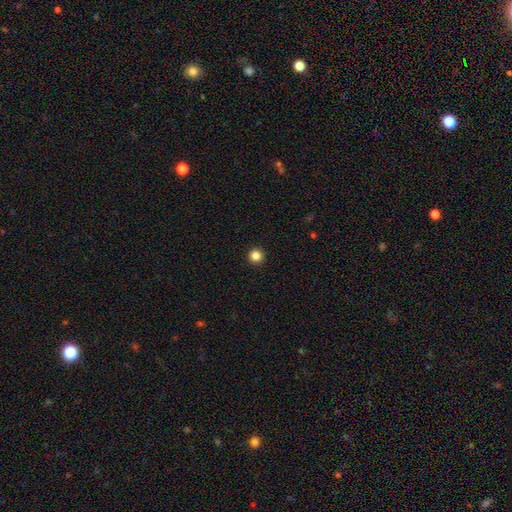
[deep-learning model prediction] Smooth or featured: smooth — 85% (star or artifact — 12%)
How rounded: round — 96% (in between — 3%)
Merging: none — 94% (minor disturbance — 4%)